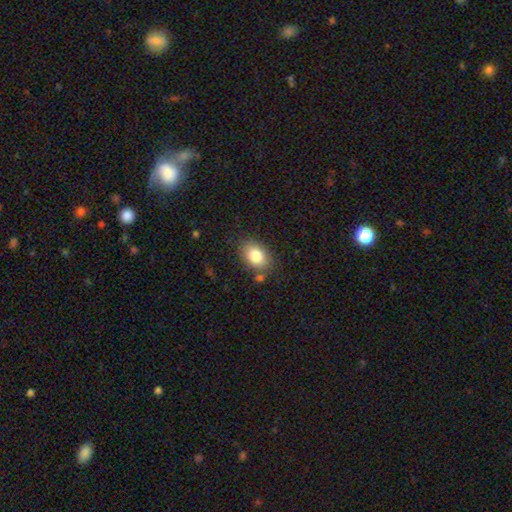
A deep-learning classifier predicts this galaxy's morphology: A smooth galaxy with no disk features (82%) that is in between round and cigar-shaped (80%). Merging: none (78%).